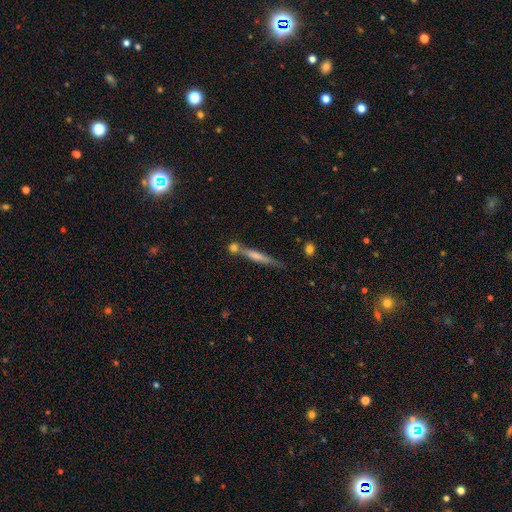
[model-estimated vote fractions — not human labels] Smooth or featured? Predicted: featured or disk (p=0.53). Edge-on disk? Predicted: yes (p=0.93). Merging? Predicted: none (p=0.71).